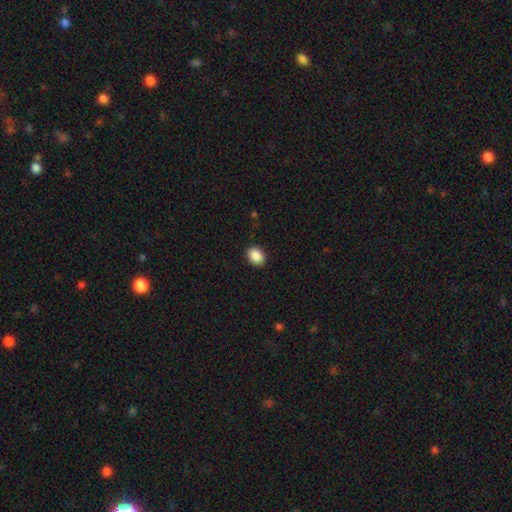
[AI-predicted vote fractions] Smooth or featured? smooth (89%)
How rounded? in between (57%)
Merging? none (90%)